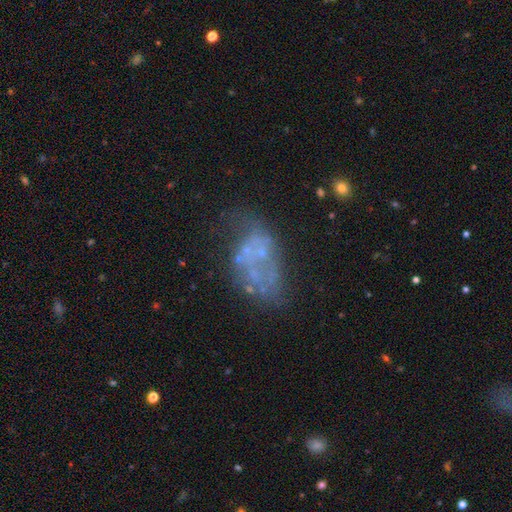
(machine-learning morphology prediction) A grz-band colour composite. It shows a featured or disk galaxy (58%) with no bar (94%), no spiral arms (95%) and no central bulge (80%). Merging: none (38%).